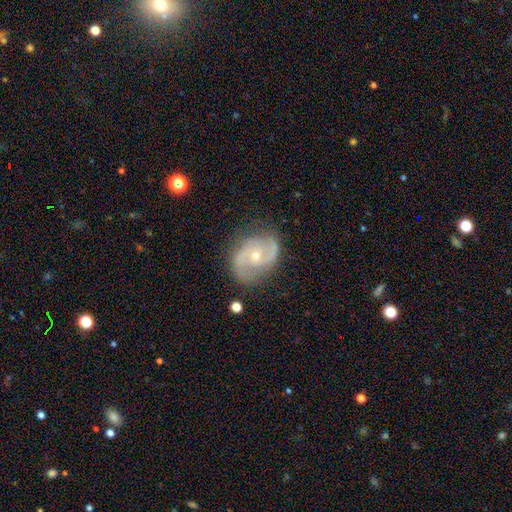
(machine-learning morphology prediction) Smooth or featured: featured or disk — 83% (smooth — 11%)
Edge-on disk: no — 97% (yes — 3%)
Bar: no — 60% (weak — 30%)
Spiral arms: yes — 93% (no — 7%)
Spiral winding: medium — 49% (tight — 29%)
Spiral arm count: 2 — 83% (can't tell — 8%)
Bulge size: small — 58% (moderate — 39%)
Merging: none — 72% (minor disturbance — 19%)